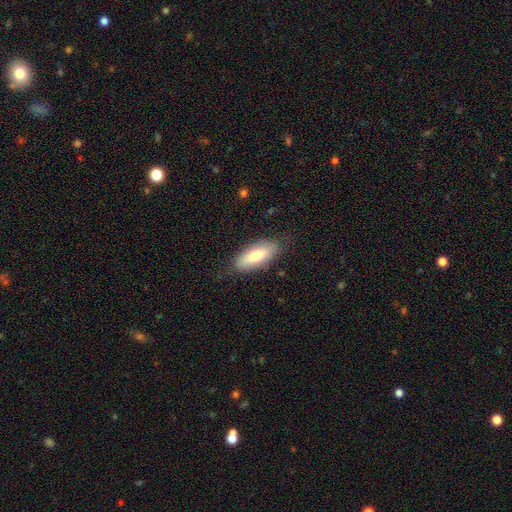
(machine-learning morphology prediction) Smooth or featured? smooth (76%)
How rounded? in between (79%)
Merging? none (80%)